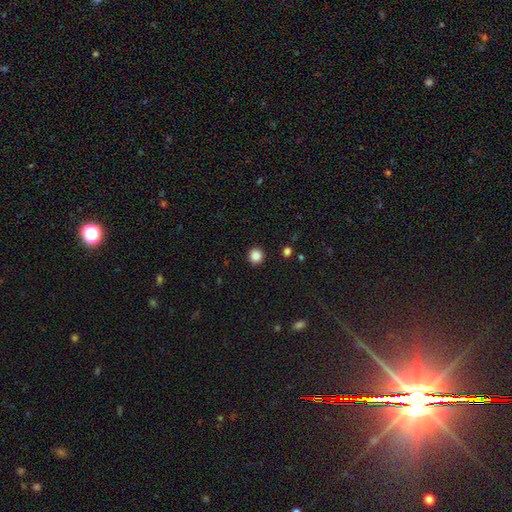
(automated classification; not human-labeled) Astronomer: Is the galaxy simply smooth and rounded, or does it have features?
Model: smooth — 87%.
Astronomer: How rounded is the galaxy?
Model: round — 95%.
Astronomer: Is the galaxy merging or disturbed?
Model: none — 93%.